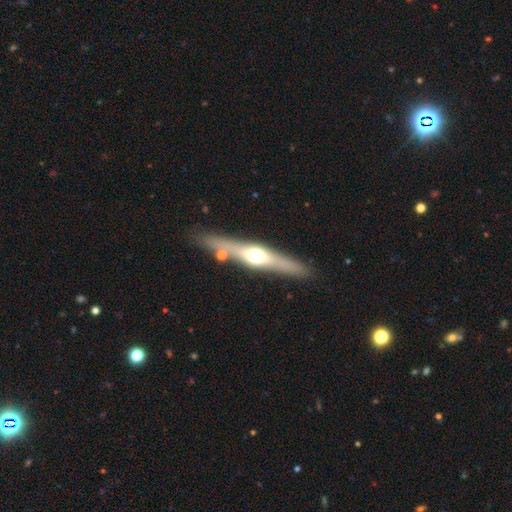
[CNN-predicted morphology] This appears to be a featured or disk galaxy (65%) viewed edge-on (95%) with a rounded central bulge (94%). Merging: none (83%).